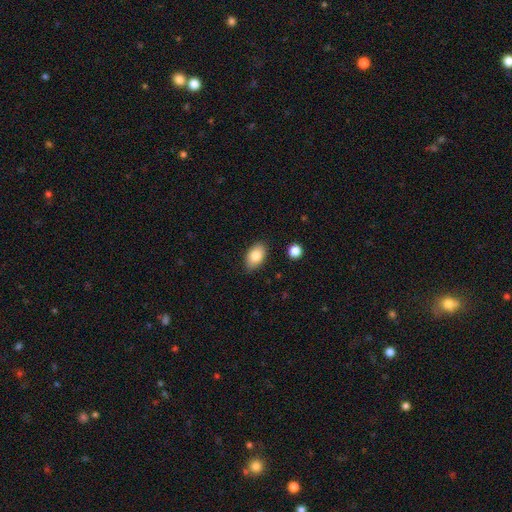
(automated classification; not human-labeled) Morphology: type=smooth (83%); roundness=in between (91%); merging=none (84%).